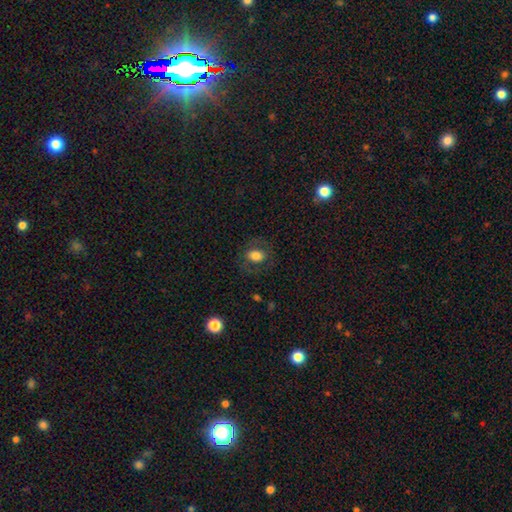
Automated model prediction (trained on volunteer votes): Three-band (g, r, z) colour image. It shows a smooth galaxy with no disk features (73%) that is in between round and cigar-shaped (64%). Merging: none (77%).